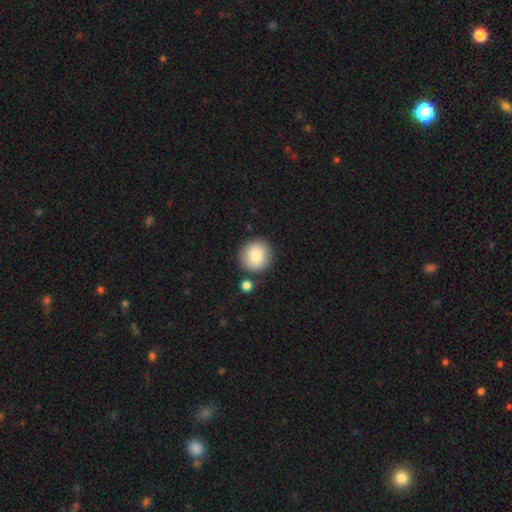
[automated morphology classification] type=smooth (87%); roundness=round (91%); merging=none (81%).